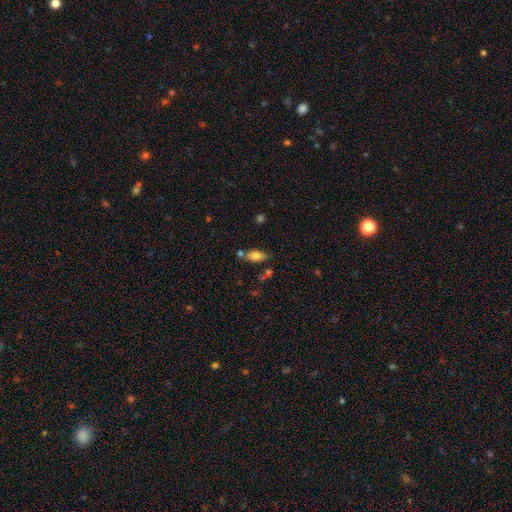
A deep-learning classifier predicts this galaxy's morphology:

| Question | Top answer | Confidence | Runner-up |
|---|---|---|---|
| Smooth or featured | smooth | 78% | featured or disk (13%) |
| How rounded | in between | 89% | cigar-shaped (7%) |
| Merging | none | 62% | merger (18%) |